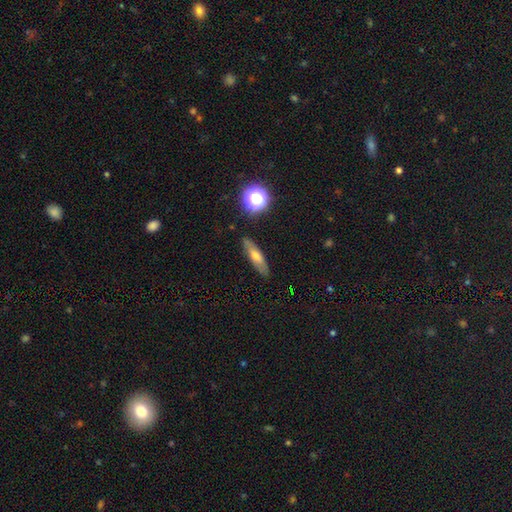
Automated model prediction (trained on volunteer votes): Q: Smooth or featured?
A: smooth (54%); runner-up: featured or disk (35%)
Q: How rounded?
A: cigar-shaped (67%); runner-up: in between (27%)
Q: Merging?
A: none (85%); runner-up: minor disturbance (11%)